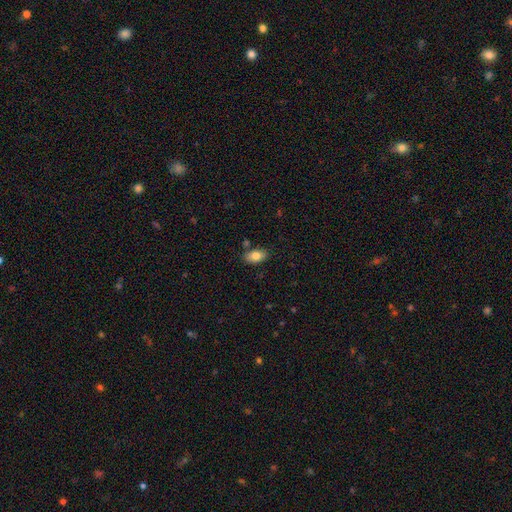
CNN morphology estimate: type=smooth (82%); roundness=in between (91%); merging=none (80%).